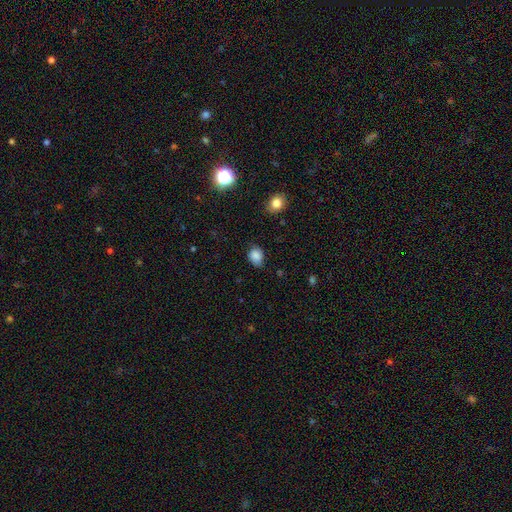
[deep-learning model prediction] Smooth or featured? smooth (83%)
How rounded? in between (59%)
Merging? none (66%)